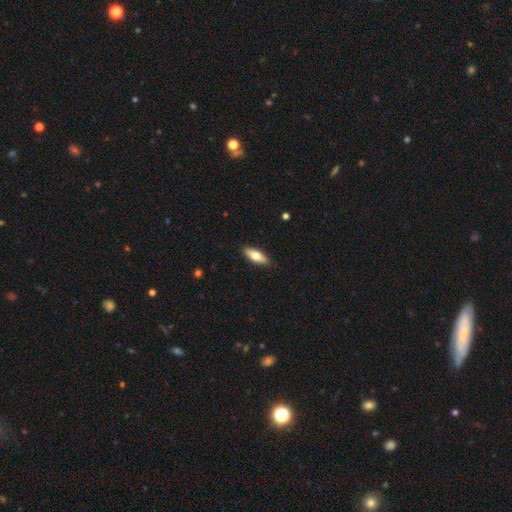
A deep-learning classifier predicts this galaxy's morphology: Smooth or featured? Predicted: smooth (p=0.67). How rounded? Predicted: in between (p=0.67). Merging? Predicted: none (p=0.87).